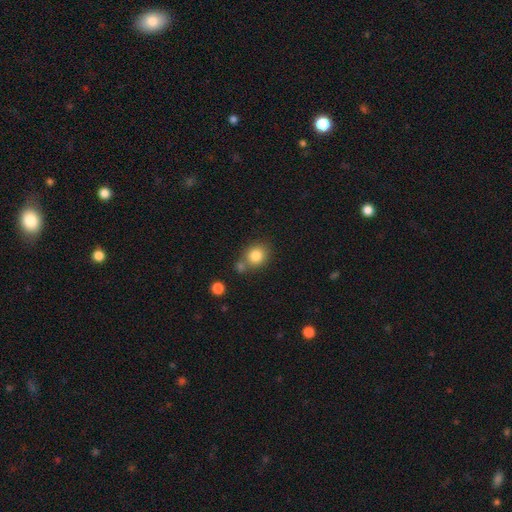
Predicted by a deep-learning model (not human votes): Smooth or featured? Predicted: smooth (p=0.82). How rounded? Predicted: round (p=0.74). Merging? Predicted: none (p=0.62).